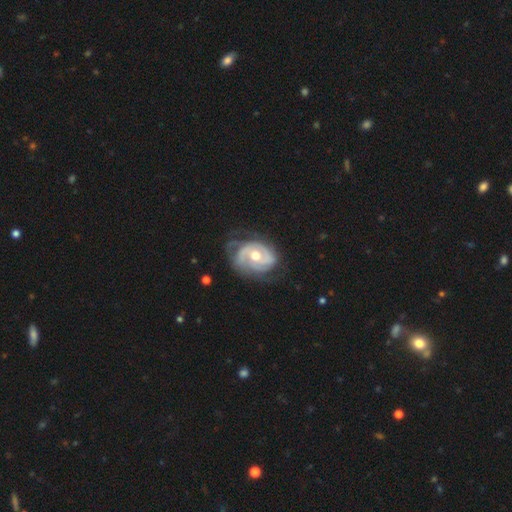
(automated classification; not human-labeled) A featured or disk galaxy (85%) with no bar (70%), 2 (39%) tight (58%) spiral arms (92%) and a moderate central bulge (77%). Merging: none (57%).